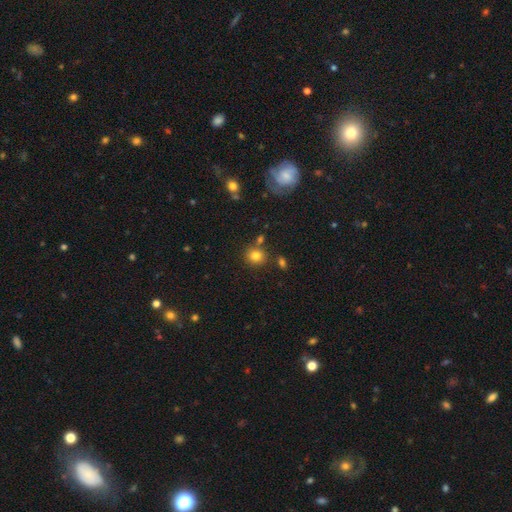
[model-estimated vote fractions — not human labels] Morphology: type=smooth (81%); roundness=round (83%); merging=none (78%).